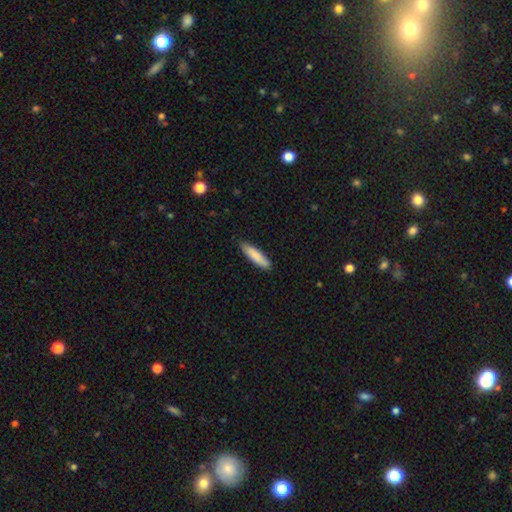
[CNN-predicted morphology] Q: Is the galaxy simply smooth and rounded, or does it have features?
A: smooth — 86%.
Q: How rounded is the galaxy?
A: cigar-shaped — 75%.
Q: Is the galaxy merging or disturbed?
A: none — 87%.